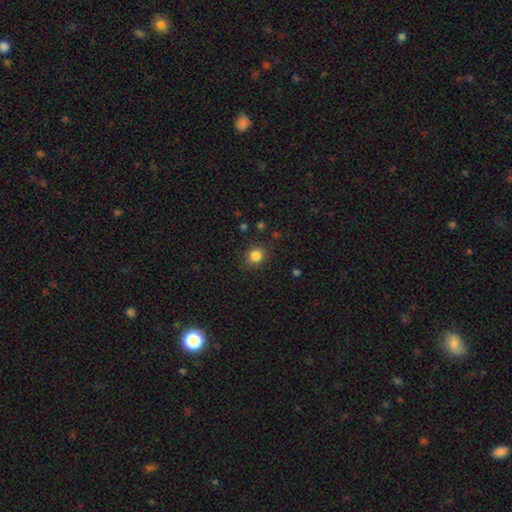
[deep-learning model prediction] Q: Smooth or featured?
A: smooth (84%); runner-up: star or artifact (11%)
Q: How rounded?
A: round (83%); runner-up: in between (16%)
Q: Merging?
A: none (87%); runner-up: minor disturbance (8%)